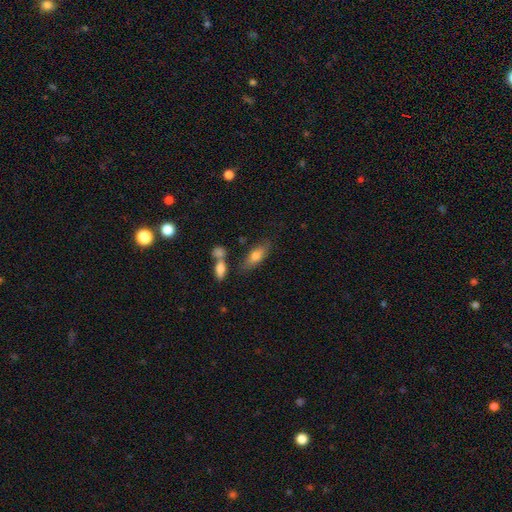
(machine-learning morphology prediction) Smooth or featured? smooth (73%)
How rounded? in between (72%)
Merging? none (68%)